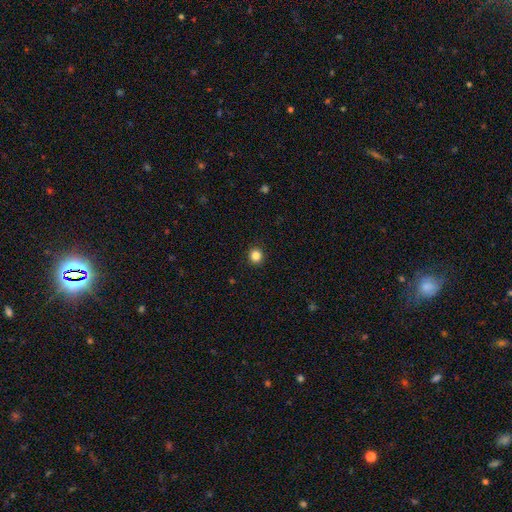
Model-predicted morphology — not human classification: type=smooth (84%); roundness=round (93%); merging=none (93%).